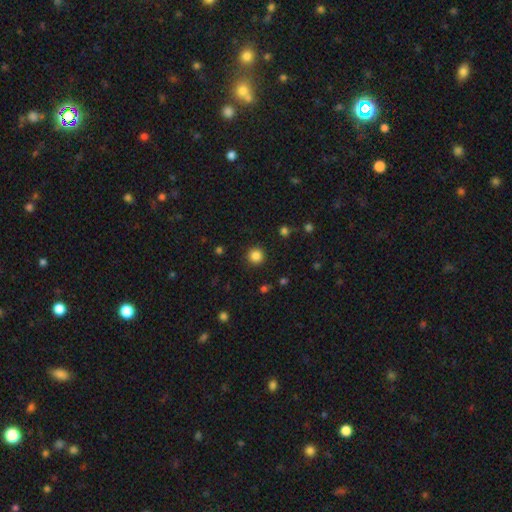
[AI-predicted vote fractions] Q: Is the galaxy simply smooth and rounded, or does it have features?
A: smooth — 85%.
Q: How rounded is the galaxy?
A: round — 95%.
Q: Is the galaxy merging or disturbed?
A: none — 92%.